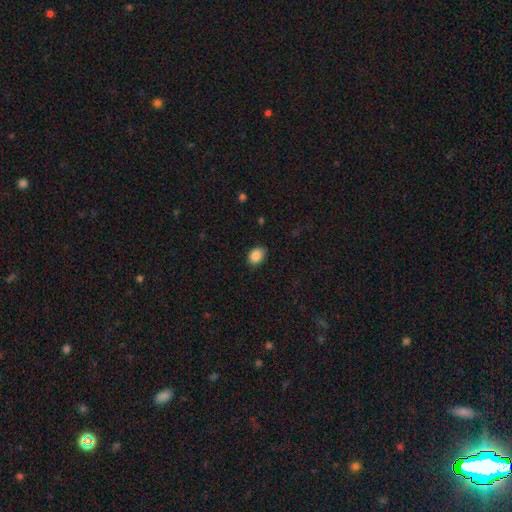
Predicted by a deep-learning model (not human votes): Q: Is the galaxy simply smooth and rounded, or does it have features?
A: smooth — 88%.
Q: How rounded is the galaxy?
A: in between — 70%.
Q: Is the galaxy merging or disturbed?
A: none — 78%.